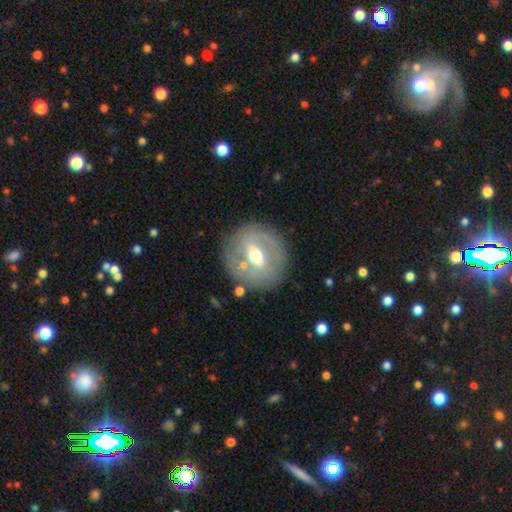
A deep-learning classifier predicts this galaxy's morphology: Smooth or featured?
  - featured or disk: 58% *
  - smooth: 34%
  - star or artifact: 8%
Edge-on disk?
  - no: 88% *
  - yes: 12%
Bar?
  - weak: 45% *
  - strong: 36%
  - no: 19%
Spiral arms?
  - no: 76% *
  - yes: 24%
Bulge size?
  - moderate: 73% *
  - small: 16%
  - large: 8%
  - dominant: 1%
  - none: 1%
Merging?
  - none: 80% *
  - minor disturbance: 11%
  - major disturbance: 5%
  - merger: 4%